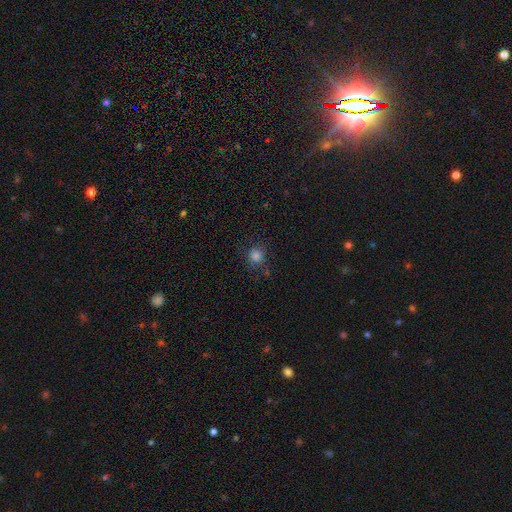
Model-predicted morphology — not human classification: Overall: smooth (79%). How rounded: round (89%). Merging: none (80%).